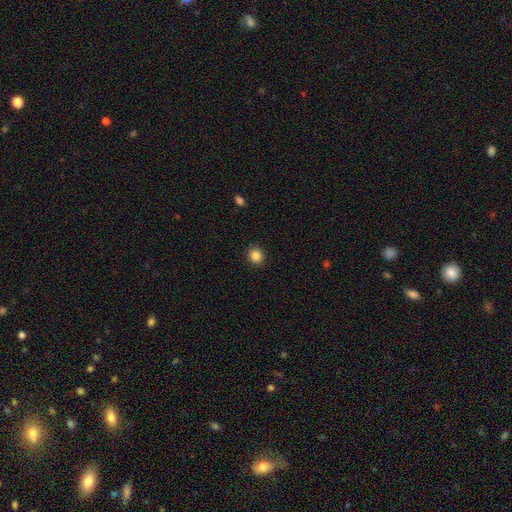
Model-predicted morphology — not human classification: A smooth galaxy with no disk features (86%) that is round (86%). Merging: none (91%).